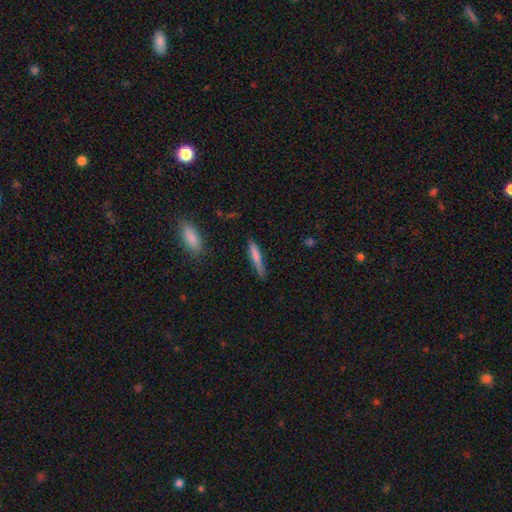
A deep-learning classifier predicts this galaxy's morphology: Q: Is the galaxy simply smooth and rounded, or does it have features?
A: smooth — 74%.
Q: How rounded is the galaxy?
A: cigar-shaped — 89%.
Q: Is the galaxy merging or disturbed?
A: none — 74%.